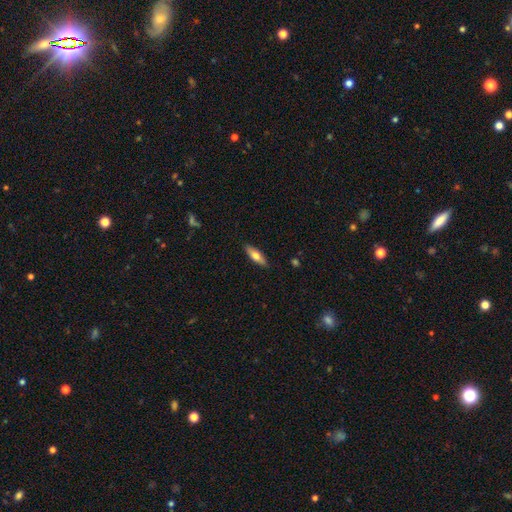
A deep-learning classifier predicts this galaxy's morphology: Smooth or featured? Predicted: smooth (p=0.61). How rounded? Predicted: cigar-shaped (p=0.51). Merging? Predicted: none (p=0.87).